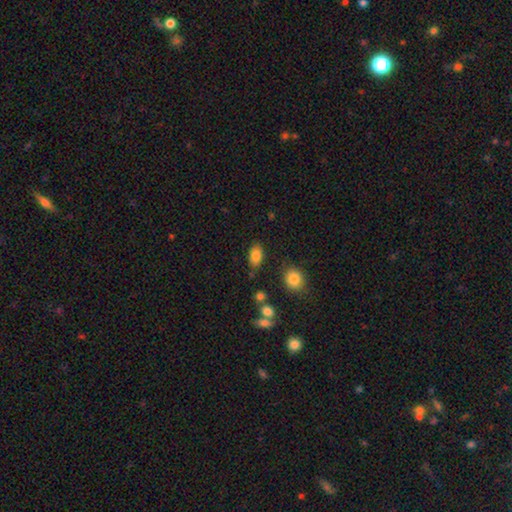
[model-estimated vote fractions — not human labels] This appears to be a smooth galaxy with no disk features (84%) that is in between round and cigar-shaped (89%). Merging: none (80%).